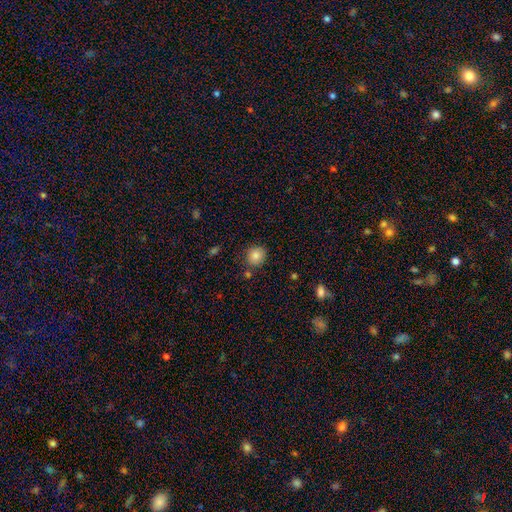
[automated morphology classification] Smooth or featured? Predicted: smooth (p=0.84). How rounded? Predicted: round (p=0.84). Merging? Predicted: none (p=0.81).